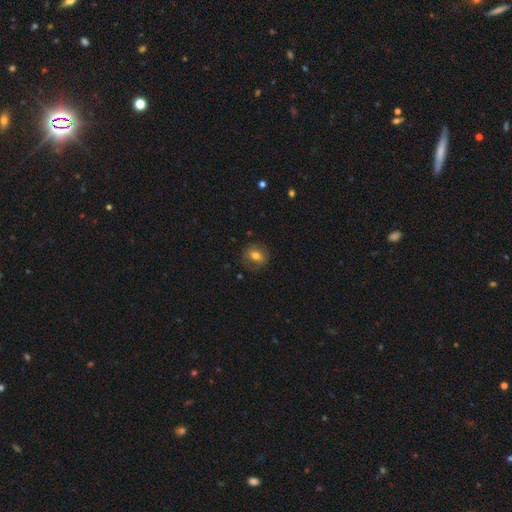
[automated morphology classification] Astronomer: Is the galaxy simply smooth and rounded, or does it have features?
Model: smooth — 67%.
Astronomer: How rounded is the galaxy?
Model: round — 69%.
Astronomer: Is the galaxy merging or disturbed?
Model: none — 80%.